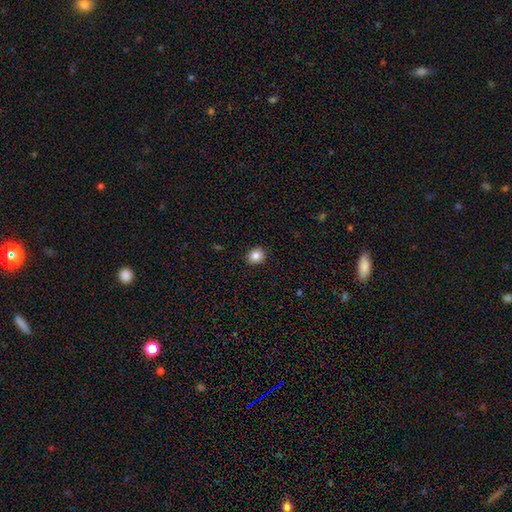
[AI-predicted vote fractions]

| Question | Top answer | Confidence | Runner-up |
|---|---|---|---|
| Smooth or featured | smooth | 85% | star or artifact (10%) |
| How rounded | round | 72% | in between (27%) |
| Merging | none | 91% | minor disturbance (6%) |